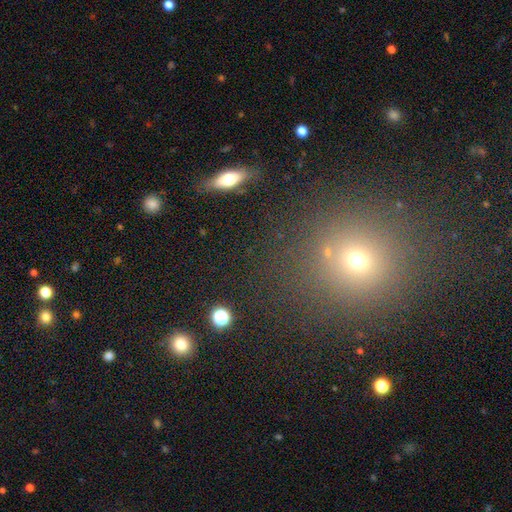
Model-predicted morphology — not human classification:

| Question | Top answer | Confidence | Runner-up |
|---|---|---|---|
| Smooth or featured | star or artifact | 42% | smooth (40%) |